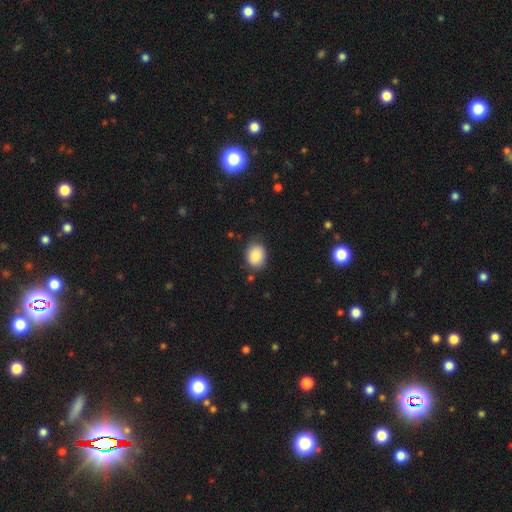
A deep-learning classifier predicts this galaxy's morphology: smooth 86%, star or artifact 8%, featured or disk 6%. Down the decision tree: how rounded — in between (57%); merging — none (79%).